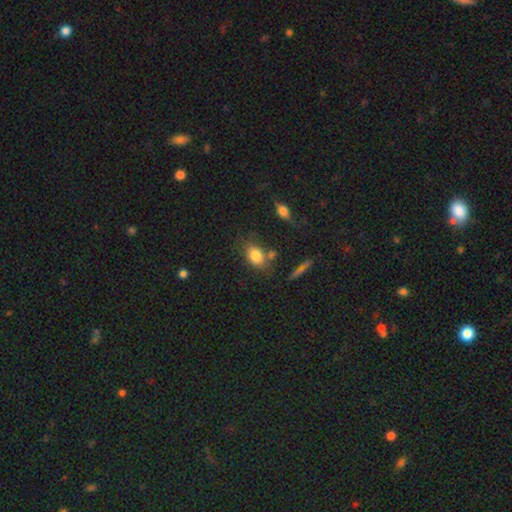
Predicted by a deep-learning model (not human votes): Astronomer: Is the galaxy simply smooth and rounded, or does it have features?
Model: smooth — 81%.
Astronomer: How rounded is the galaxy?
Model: in between — 75%.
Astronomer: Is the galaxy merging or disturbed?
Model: none — 66%.